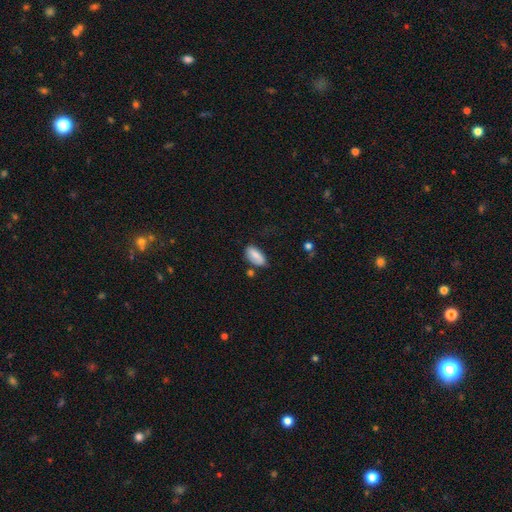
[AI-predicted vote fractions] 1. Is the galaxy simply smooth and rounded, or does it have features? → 80% smooth, 13% featured or disk, 7% star or artifact.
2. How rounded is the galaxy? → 91% in between, 6% cigar-shaped, 3% round.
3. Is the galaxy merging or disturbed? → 66% none, 22% minor disturbance, 6% merger, 5% major disturbance.